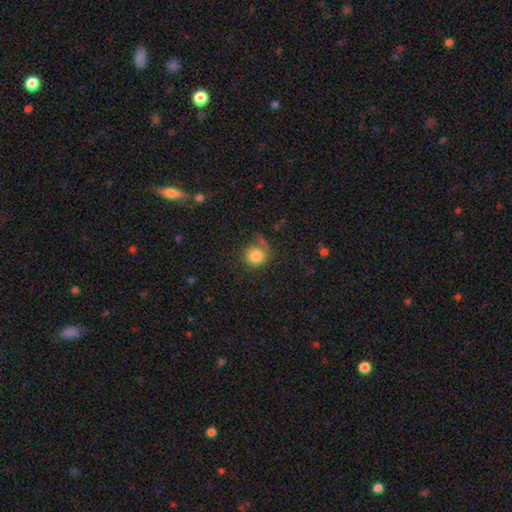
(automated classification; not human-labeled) Smooth or featured? Predicted: smooth (p=0.83). How rounded? Predicted: round (p=0.86). Merging? Predicted: none (p=0.61).